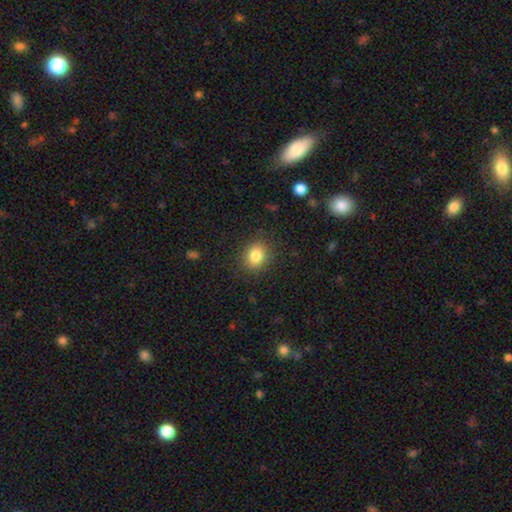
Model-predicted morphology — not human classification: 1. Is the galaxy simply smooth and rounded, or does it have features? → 83% smooth, 10% star or artifact, 7% featured or disk.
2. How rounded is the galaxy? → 54% round, 45% in between, 1% cigar-shaped.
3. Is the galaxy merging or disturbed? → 86% none, 10% minor disturbance, 3% major disturbance, 1% merger.